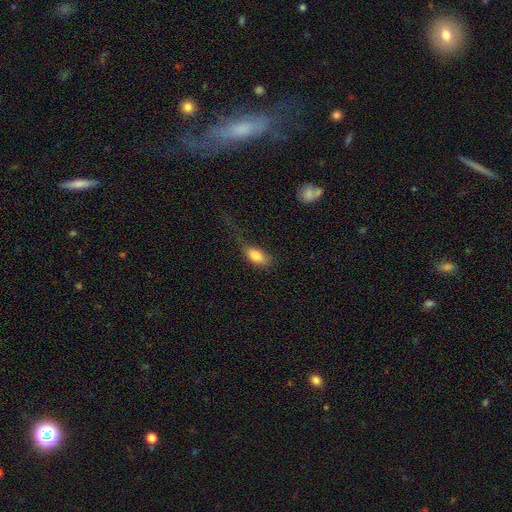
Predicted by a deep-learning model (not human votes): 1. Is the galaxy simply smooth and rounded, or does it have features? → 83% smooth, 9% featured or disk, 7% star or artifact.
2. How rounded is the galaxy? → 88% in between, 8% cigar-shaped, 4% round.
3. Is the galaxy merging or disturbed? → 39% none, 30% major disturbance, 27% minor disturbance, 3% merger.